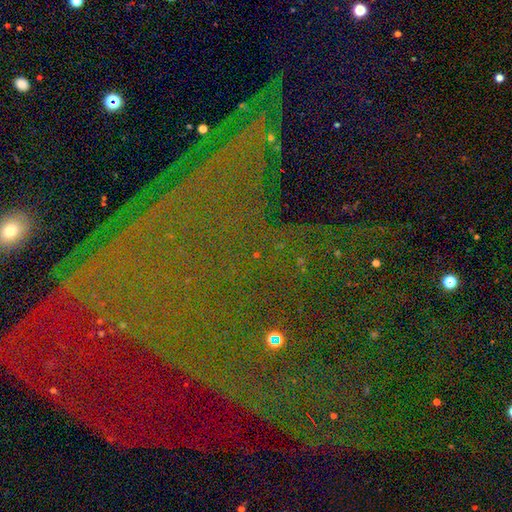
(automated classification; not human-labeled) Smooth or featured? star or artifact (84%)